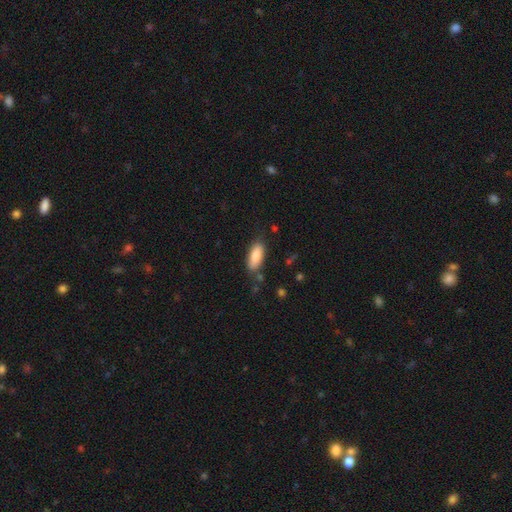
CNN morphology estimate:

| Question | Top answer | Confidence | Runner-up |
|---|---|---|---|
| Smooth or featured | smooth | 85% | featured or disk (9%) |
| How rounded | in between | 80% | cigar-shaped (18%) |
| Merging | none | 78% | minor disturbance (16%) |